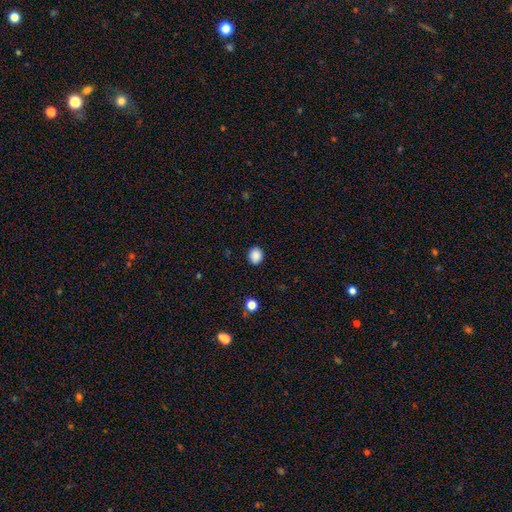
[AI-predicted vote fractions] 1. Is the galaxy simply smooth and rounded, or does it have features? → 88% smooth, 9% star or artifact, 3% featured or disk.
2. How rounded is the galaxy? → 73% round, 26% in between, 1% cigar-shaped.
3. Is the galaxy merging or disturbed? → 90% none, 7% minor disturbance, 2% major disturbance, 1% merger.